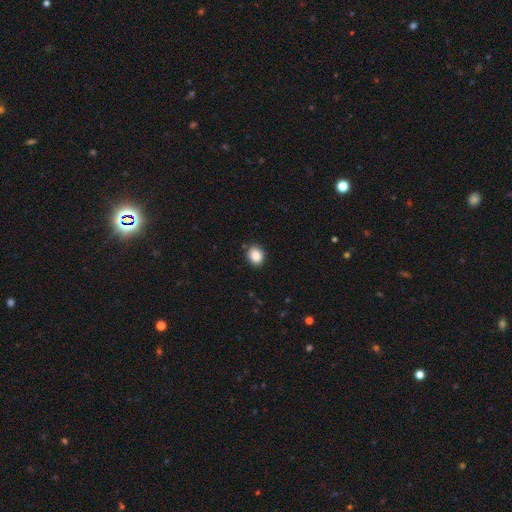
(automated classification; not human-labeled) Smooth or featured? Predicted: smooth (p=0.87). How rounded? Predicted: round (p=0.63). Merging? Predicted: none (p=0.87).